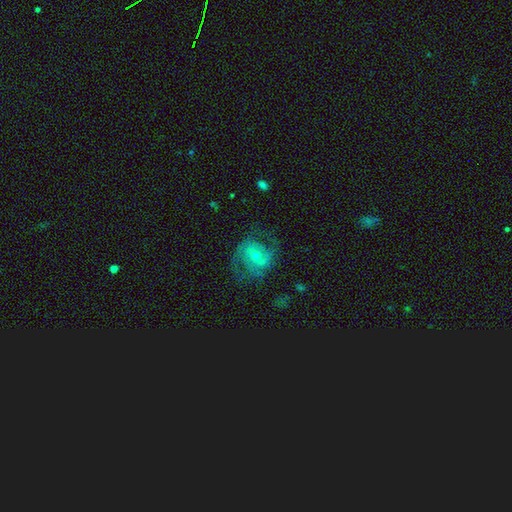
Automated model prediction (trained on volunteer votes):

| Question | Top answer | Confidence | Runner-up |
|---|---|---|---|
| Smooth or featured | featured or disk | 75% | smooth (18%) |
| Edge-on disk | no | 97% | yes (3%) |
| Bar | no | 48% | weak (40%) |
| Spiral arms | yes | 88% | no (12%) |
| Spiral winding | medium | 50% | tight (29%) |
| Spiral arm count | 2 | 67% | can't tell (16%) |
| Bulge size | moderate | 50% | small (45%) |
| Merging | none | 60% | minor disturbance (20%) |